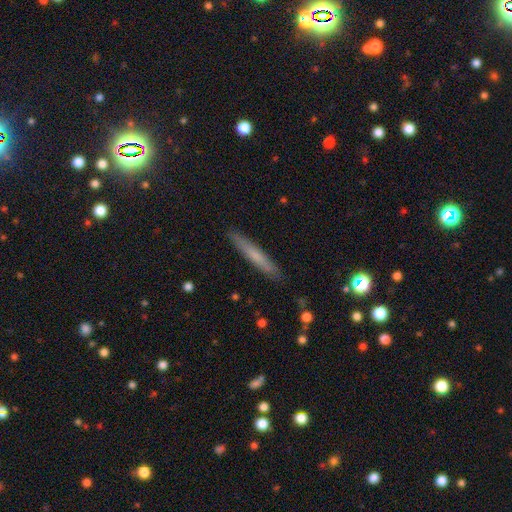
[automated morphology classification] The model was most divided on "smooth or featured": smooth: 62%, featured or disk: 31%, star or artifact: 7%. More confident: how rounded — cigar-shaped (94%); merging — none (90%).